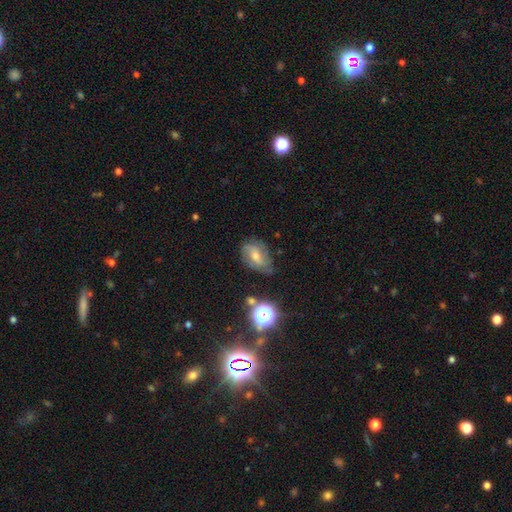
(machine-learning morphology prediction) Q: Smooth or featured?
A: featured or disk (49%); runner-up: smooth (39%)
Q: Merging?
A: none (56%); runner-up: minor disturbance (30%)